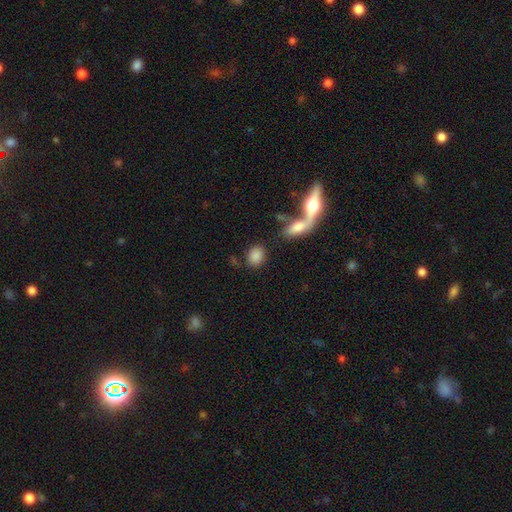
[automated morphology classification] Q: Smooth or featured?
A: smooth (85%); runner-up: star or artifact (8%)
Q: How rounded?
A: in between (56%); runner-up: round (41%)
Q: Merging?
A: none (64%); runner-up: merger (17%)